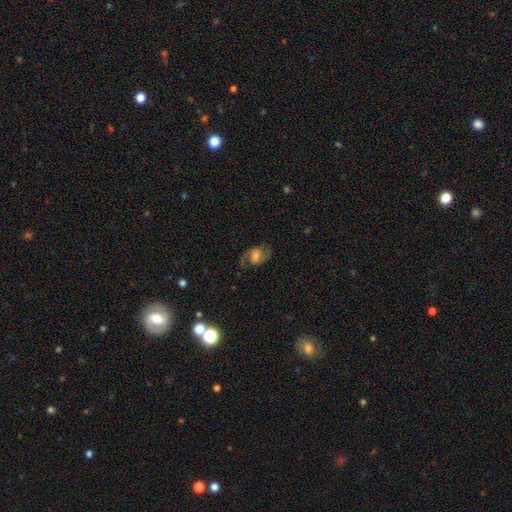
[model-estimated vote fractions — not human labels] smooth-or-featured: featured or disk: 78% | smooth: 15% | star or artifact: 8%
  disk-edge-on: no: 97% | yes: 3%
    bar: weak: 49% | no: 35% | strong: 17%
    has-spiral-arms: yes: 94% | no: 6%
      spiral-winding: medium: 53% | loose: 34% | tight: 12%
      spiral-arm-count: 2: 91% | 1: 3% | can't tell: 3% | 3: 1% | 4: 1% | more than 4: 1%
    bulge-size: moderate: 29% | none: 24% | large: 24% | small: 20% | dominant: 3%
  merging: none: 77% | minor disturbance: 14% | major disturbance: 9% | merger: 1%